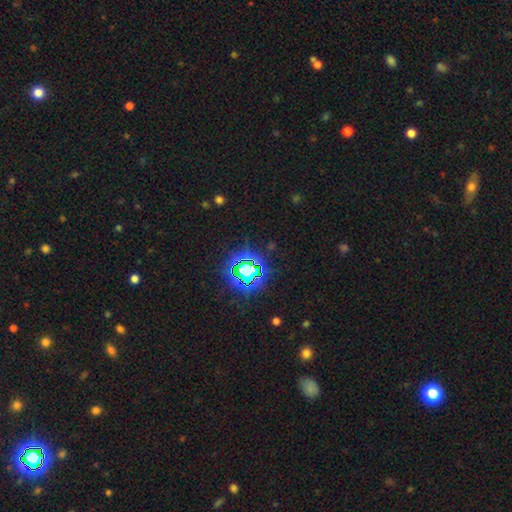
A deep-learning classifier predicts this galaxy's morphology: Smooth or featured? star or artifact (81%)